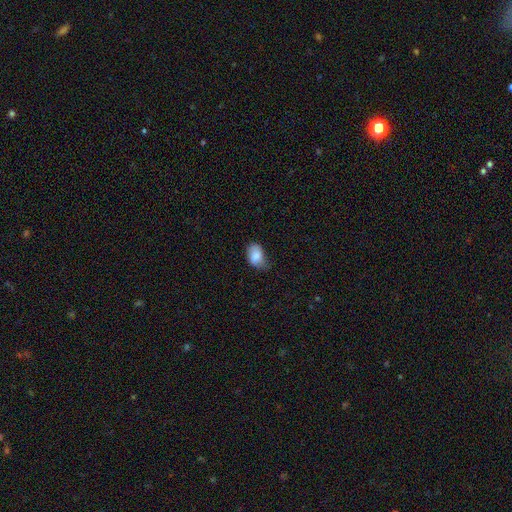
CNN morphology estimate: This appears to be a smooth galaxy with no disk features (83%) that is in between round and cigar-shaped (84%). Merging: none (45%).